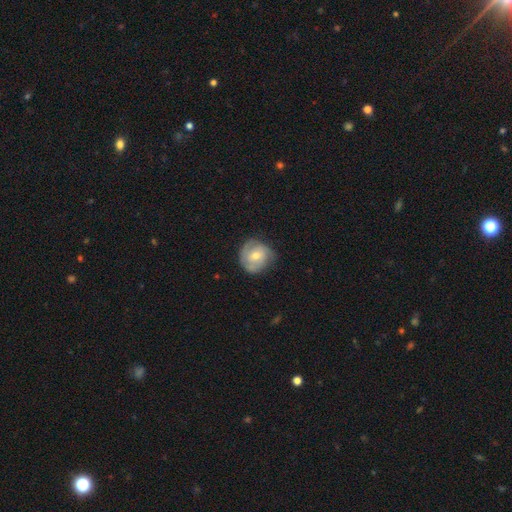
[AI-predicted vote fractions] A featured or disk galaxy (47%). Merging: none (66%).